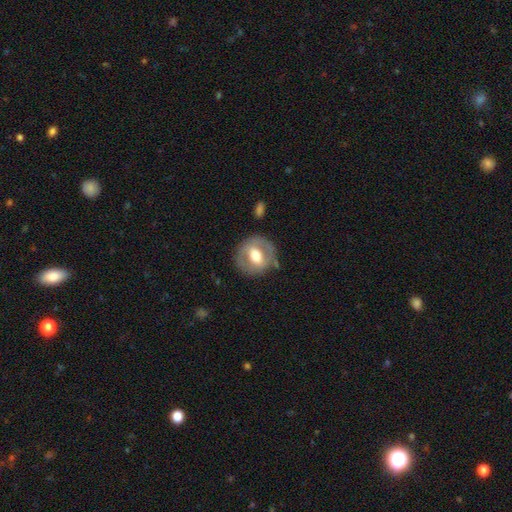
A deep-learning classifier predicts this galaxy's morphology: smooth-or-featured: featured or disk: 51% | smooth: 43% | star or artifact: 6%
  disk-edge-on: no: 93% | yes: 7%
  merging: none: 76% | minor disturbance: 15% | major disturbance: 6% | merger: 3%